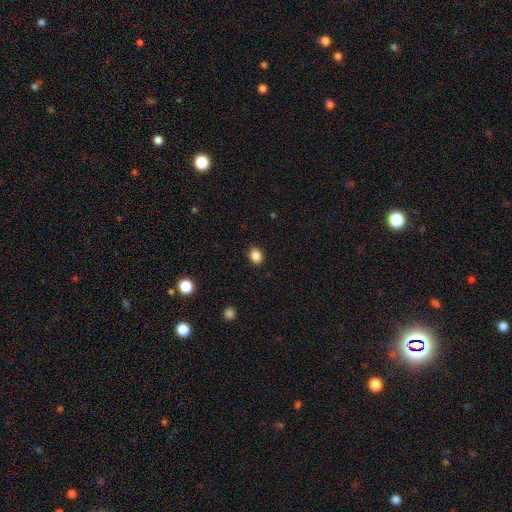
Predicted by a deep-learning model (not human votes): Overall: smooth (87%). How rounded: in between (58%; round 41%). Merging: none (88%).